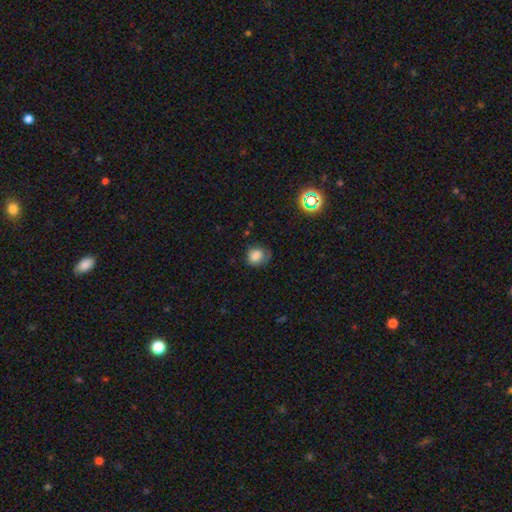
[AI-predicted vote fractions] A smooth galaxy with no disk features (79%) that is round (65%).

Vote fractions:
- Smooth or featured? smooth: 79% / star or artifact: 11% / featured or disk: 10%
- How rounded? round: 65% / in between: 34% / cigar-shaped: 1%
- Merging? none: 53% / minor disturbance: 30% / major disturbance: 15% / merger: 2%